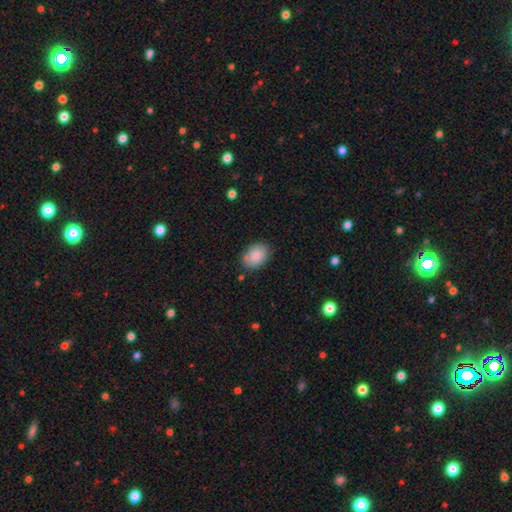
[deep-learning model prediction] This is clearly a smooth galaxy (86%). How rounded: likely in between (77%). Merging: likely none (79%).